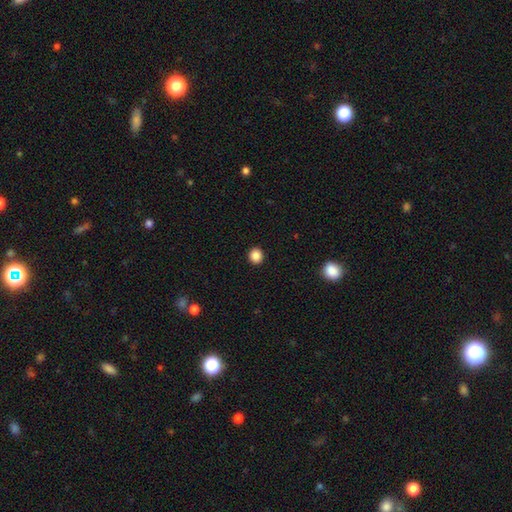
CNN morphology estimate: smooth-or-featured: smooth: 87% | star or artifact: 10% | featured or disk: 3%
  how-rounded: round: 87% | in between: 12% | cigar-shaped: 1%
  merging: none: 93% | minor disturbance: 5% | major disturbance: 2% | merger: 1%